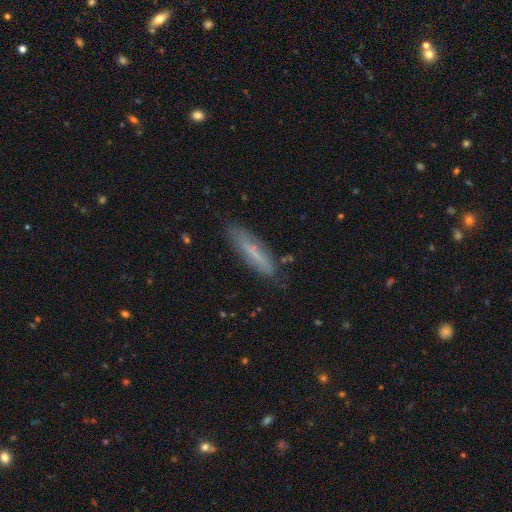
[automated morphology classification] Q: Smooth or featured?
A: smooth (63%); runner-up: featured or disk (28%)
Q: How rounded?
A: cigar-shaped (81%); runner-up: in between (17%)
Q: Merging?
A: none (81%); runner-up: minor disturbance (14%)